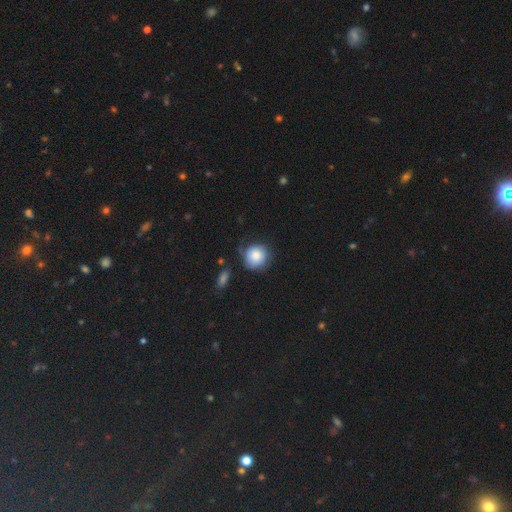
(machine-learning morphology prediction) Q: Smooth or featured?
A: smooth (83%); runner-up: featured or disk (9%)
Q: How rounded?
A: round (87%); runner-up: in between (12%)
Q: Merging?
A: none (65%); runner-up: minor disturbance (23%)